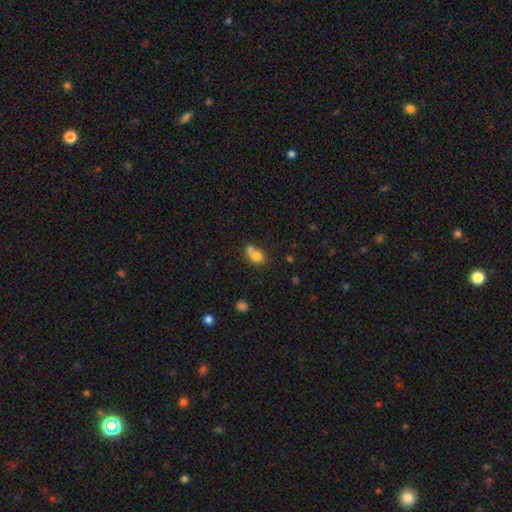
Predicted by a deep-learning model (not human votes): Q: Smooth or featured?
A: smooth (76%); runner-up: featured or disk (13%)
Q: How rounded?
A: in between (50%); runner-up: round (49%)
Q: Merging?
A: merger (52%); runner-up: none (33%)